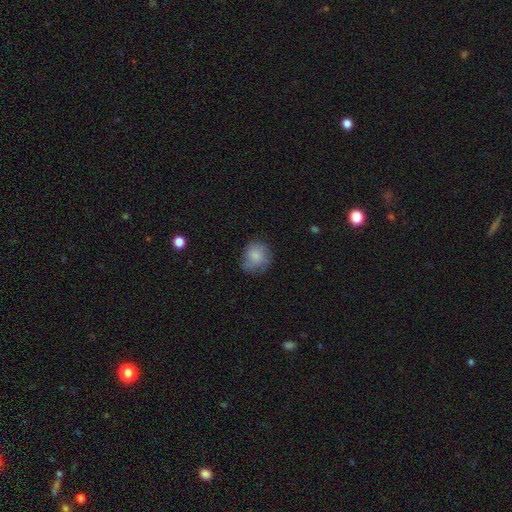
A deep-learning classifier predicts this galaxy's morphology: A smooth galaxy with no disk features (80%) that is round (80%). Merging: none (69%).